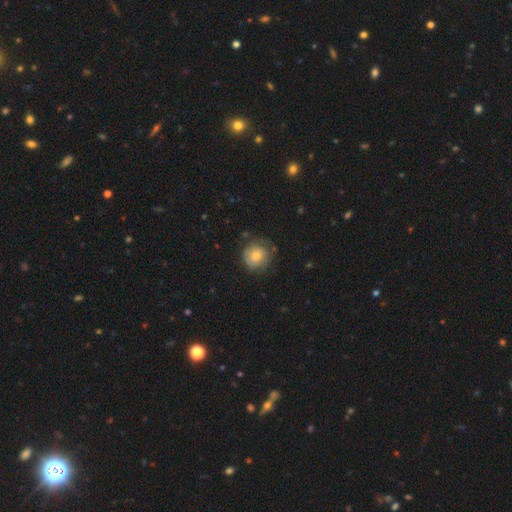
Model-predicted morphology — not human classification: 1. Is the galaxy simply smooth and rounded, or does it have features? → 72% smooth, 21% featured or disk, 8% star or artifact.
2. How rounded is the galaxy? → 85% round, 14% in between, 1% cigar-shaped.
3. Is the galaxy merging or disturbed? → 63% none, 25% minor disturbance, 10% major disturbance, 2% merger.